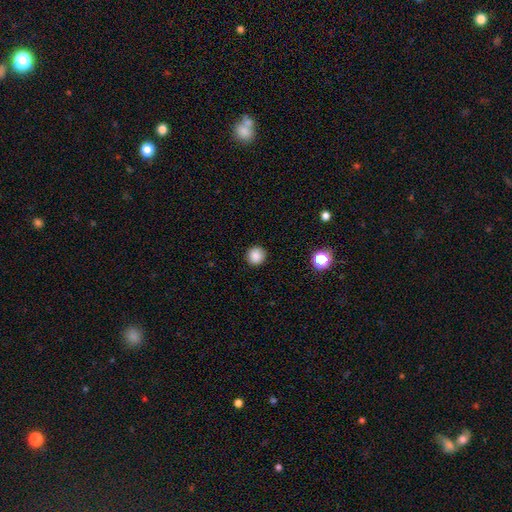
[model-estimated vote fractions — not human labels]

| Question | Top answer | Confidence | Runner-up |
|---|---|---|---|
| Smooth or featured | smooth | 86% | star or artifact (11%) |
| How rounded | round | 93% | in between (6%) |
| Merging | none | 91% | minor disturbance (6%) |